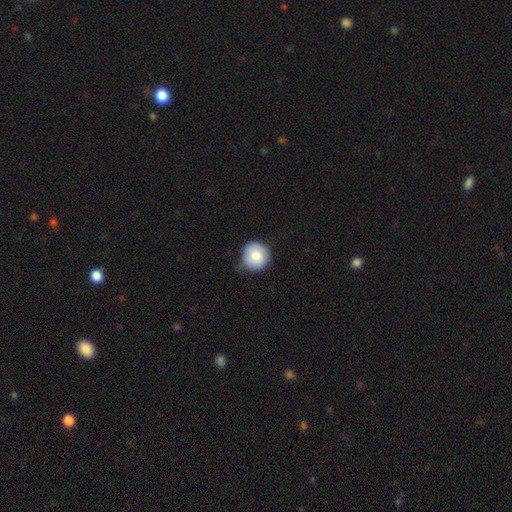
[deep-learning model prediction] smooth 83%, featured or disk 10%, star or artifact 7%. Down the decision tree: how rounded — round (93%); merging — none (69%).